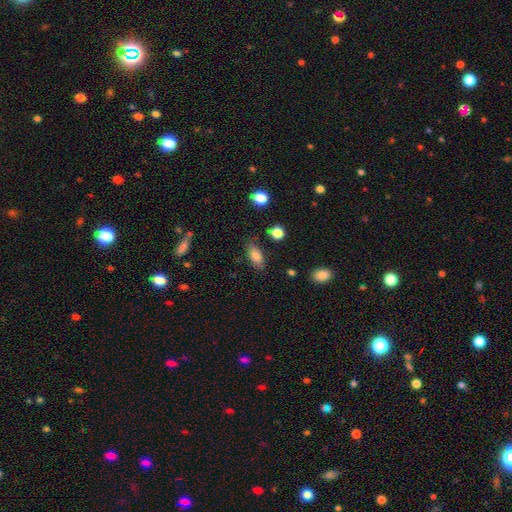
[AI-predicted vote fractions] Smooth or featured: smooth — 84% (star or artifact — 8%)
How rounded: in between — 86% (cigar-shaped — 10%)
Merging: none — 77% (minor disturbance — 16%)